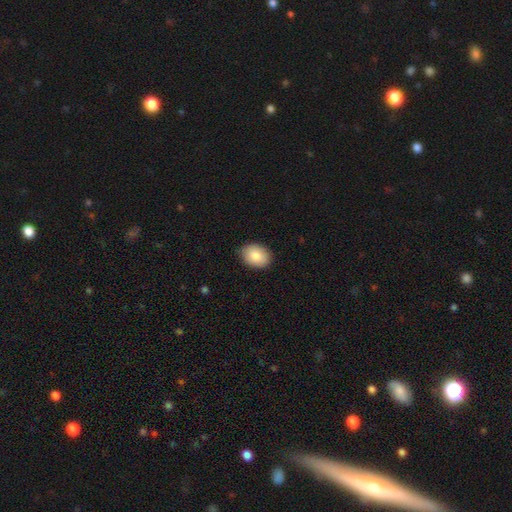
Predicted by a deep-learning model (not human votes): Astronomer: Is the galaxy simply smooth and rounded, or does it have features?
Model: smooth — 86%.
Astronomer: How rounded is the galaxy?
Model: in between — 75%.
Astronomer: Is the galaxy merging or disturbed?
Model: none — 86%.